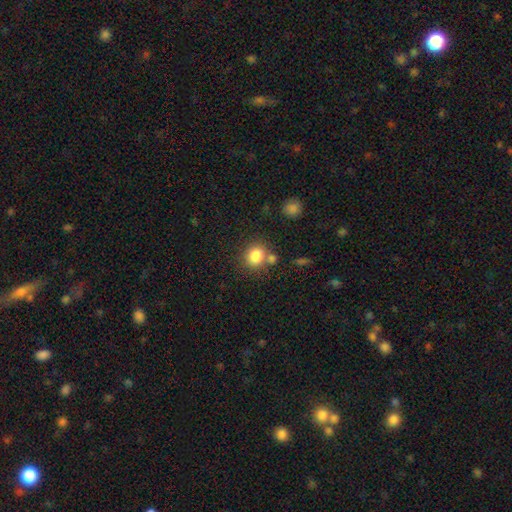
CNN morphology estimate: This appears to be a smooth galaxy with no disk features (83%) that is round (79%). Merging: none (66%).